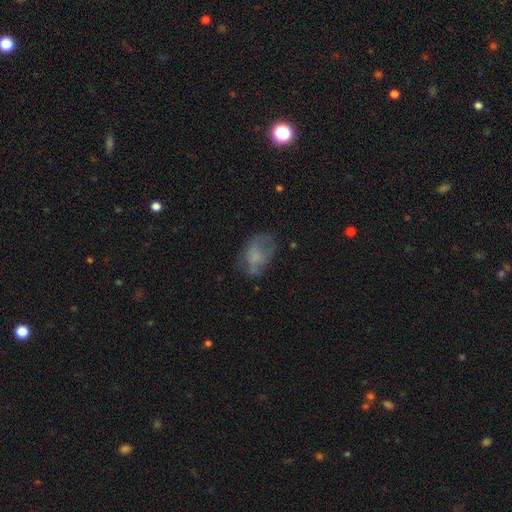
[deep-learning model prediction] This is possibly a smooth galaxy (55%). How rounded: clearly in between (84%). Merging: marginally none (44%).